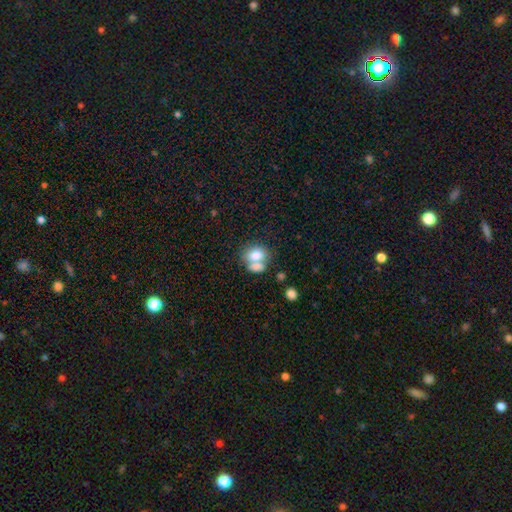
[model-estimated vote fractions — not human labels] smooth-or-featured: smooth: 76% | featured or disk: 16% | star or artifact: 8%
  how-rounded: in between: 61% | round: 37% | cigar-shaped: 1%
  merging: merger: 54% | none: 31% | minor disturbance: 10% | major disturbance: 5%